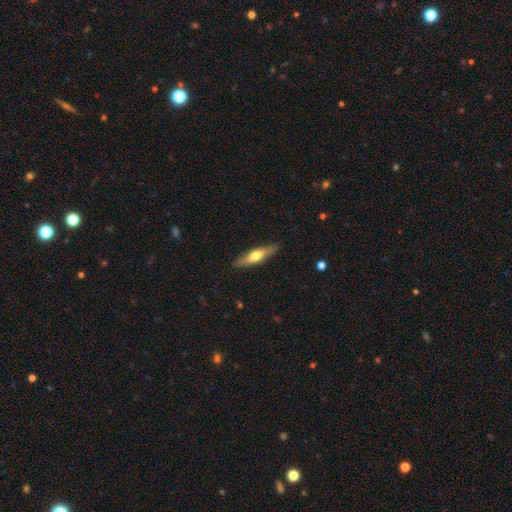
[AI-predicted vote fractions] Smooth or featured? Predicted: smooth (p=0.51). How rounded? Predicted: cigar-shaped (p=0.71). Merging? Predicted: none (p=0.87).